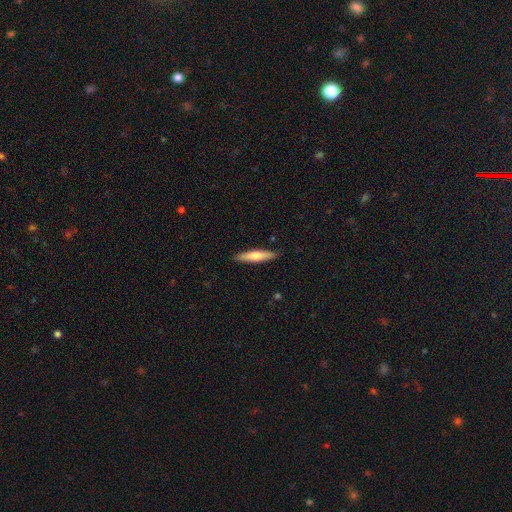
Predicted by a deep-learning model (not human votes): smooth_or_featured: smooth (p=0.65) [alt: featured or disk p=0.29]
how_rounded: cigar-shaped (p=0.86) [alt: in between p=0.13]
merging: none (p=0.89) [alt: minor disturbance p=0.09]